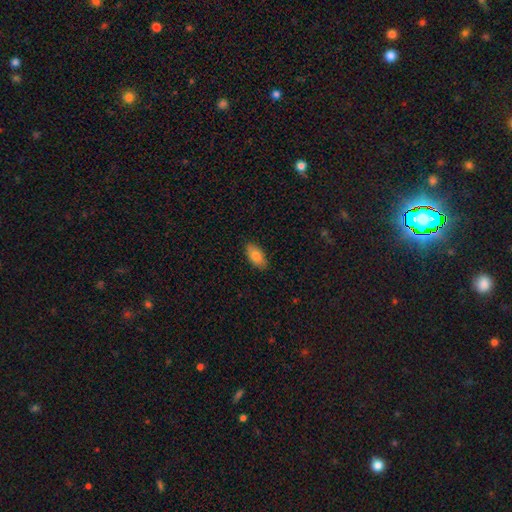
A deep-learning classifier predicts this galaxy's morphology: Smooth or featured?
  - smooth: 82% *
  - featured or disk: 12%
  - star or artifact: 7%
How rounded?
  - in between: 92% *
  - cigar-shaped: 5%
  - round: 3%
Merging?
  - none: 87% *
  - minor disturbance: 10%
  - major disturbance: 2%
  - merger: 1%